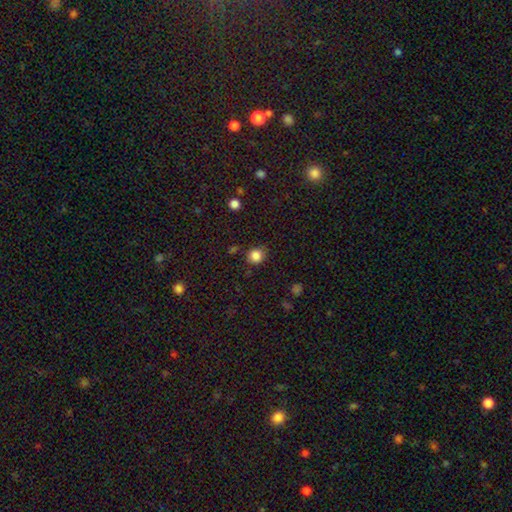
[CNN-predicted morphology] Q: Smooth or featured?
A: smooth (84%); runner-up: star or artifact (12%)
Q: How rounded?
A: round (86%); runner-up: in between (13%)
Q: Merging?
A: none (81%); runner-up: minor disturbance (13%)